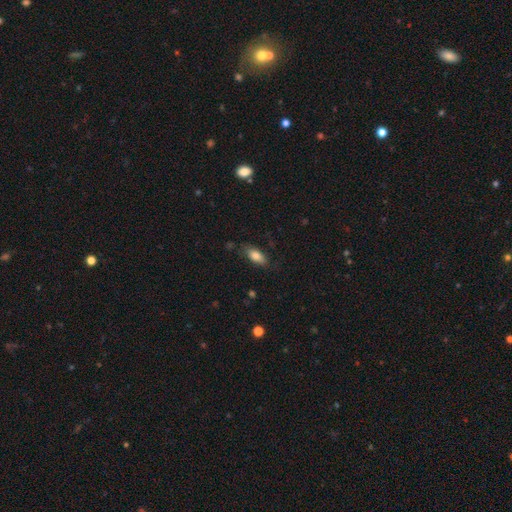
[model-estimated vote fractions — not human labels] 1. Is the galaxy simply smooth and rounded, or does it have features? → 79% smooth, 14% featured or disk, 7% star or artifact.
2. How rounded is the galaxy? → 84% in between, 13% cigar-shaped, 3% round.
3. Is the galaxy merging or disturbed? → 76% none, 18% minor disturbance, 4% major disturbance, 2% merger.